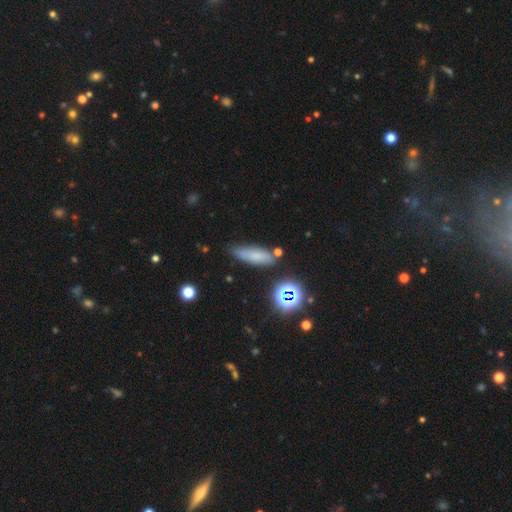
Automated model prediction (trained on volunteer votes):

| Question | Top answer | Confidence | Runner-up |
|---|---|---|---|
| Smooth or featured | smooth | 70% | star or artifact (16%) |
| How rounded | cigar-shaped | 52% | in between (44%) |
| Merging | none | 71% | minor disturbance (19%) |